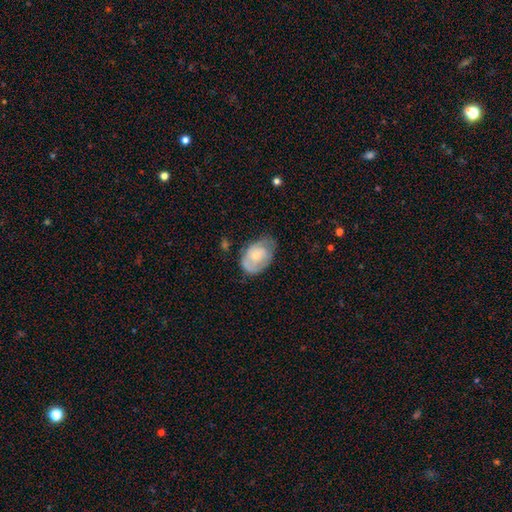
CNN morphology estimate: type=smooth (55%); roundness=in between (80%); merging=none (48%).